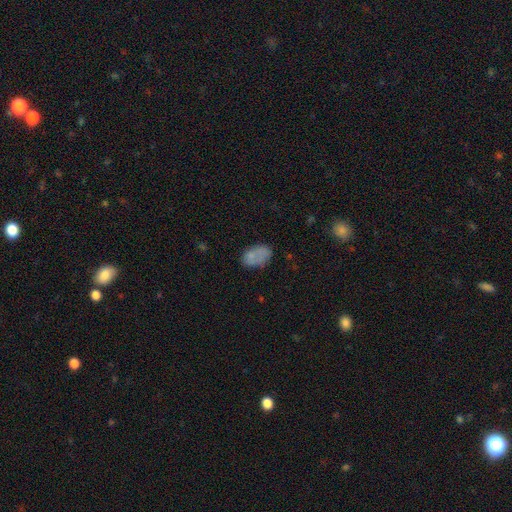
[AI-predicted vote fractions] A smooth galaxy with no disk features (73%) that is in between round and cigar-shaped (90%). Merging: none (60%).